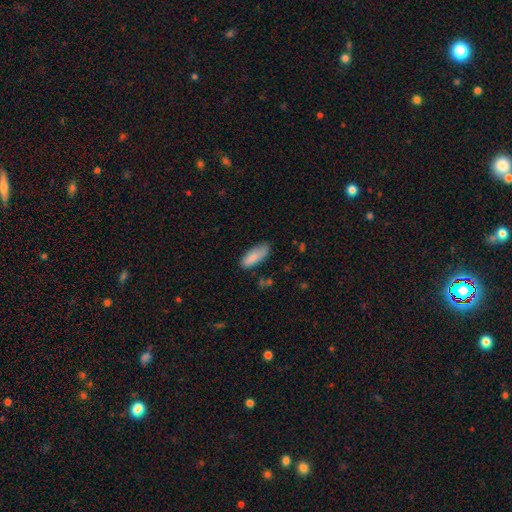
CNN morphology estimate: A smooth galaxy with no disk features (86%) that is in between round and cigar-shaped (72%). Merging: none (74%).